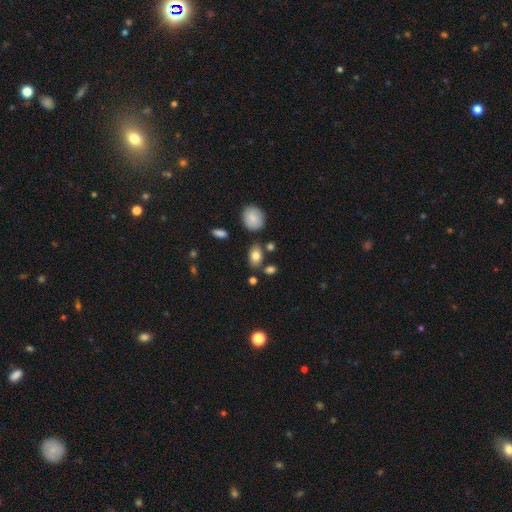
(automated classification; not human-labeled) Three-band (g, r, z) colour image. It shows a smooth galaxy with no disk features (80%) that is in between round and cigar-shaped (84%). Merging: none (77%).